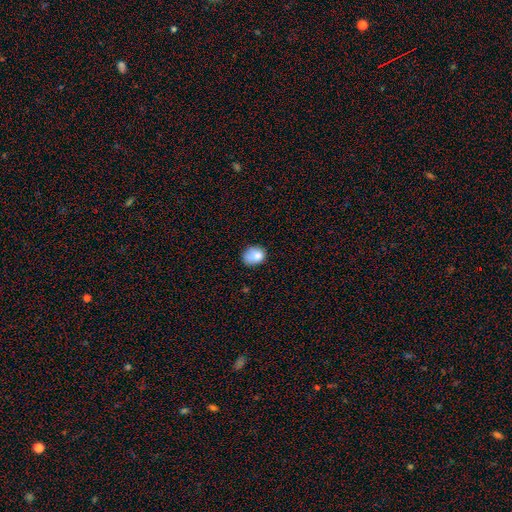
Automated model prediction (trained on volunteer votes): Smooth or featured: smooth — 81% (featured or disk — 10%)
How rounded: in between — 55% (round — 44%)
Merging: none — 57% (minor disturbance — 30%)